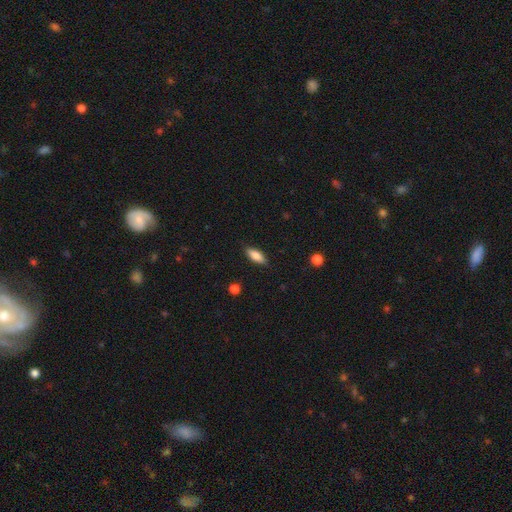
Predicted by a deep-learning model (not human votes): Smooth or featured? smooth (82%)
How rounded? in between (74%)
Merging? none (87%)